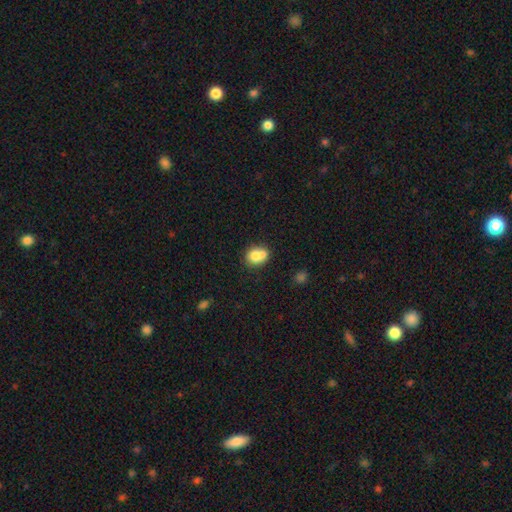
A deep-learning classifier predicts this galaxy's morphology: A smooth galaxy with no disk features (75%) that is round (59%).

Vote fractions:
- Smooth or featured? smooth: 75% / featured or disk: 16% / star or artifact: 9%
- How rounded? round: 59% / in between: 40% / cigar-shaped: 1%
- Merging? merger: 46% / none: 37% / minor disturbance: 13% / major disturbance: 4%